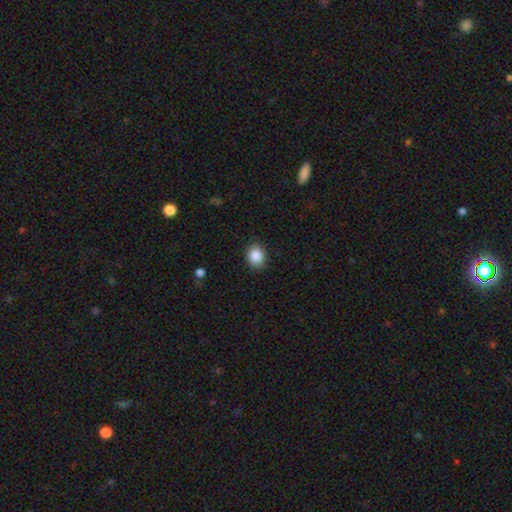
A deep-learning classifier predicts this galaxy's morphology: Smooth or featured?
  - smooth: 88% *
  - star or artifact: 8%
  - featured or disk: 4%
How rounded?
  - round: 58% *
  - in between: 42%
  - cigar-shaped: 1%
Merging?
  - none: 86% *
  - minor disturbance: 11%
  - major disturbance: 3%
  - merger: 1%